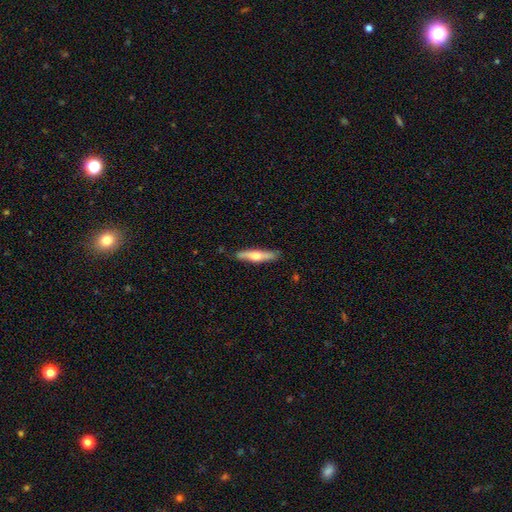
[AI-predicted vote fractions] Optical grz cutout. It shows a smooth galaxy with no disk features (52%) that is cigar-shaped (84%). Merging: none (83%).